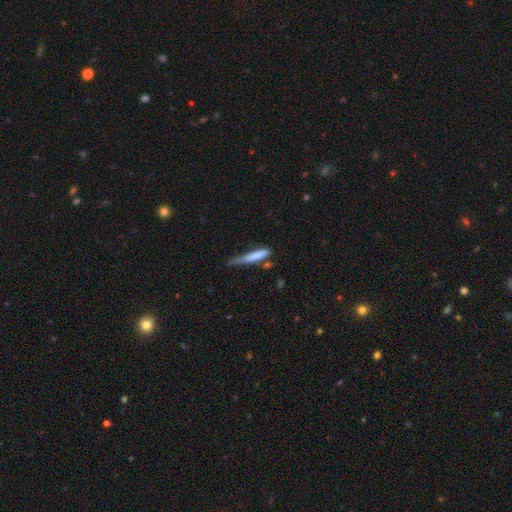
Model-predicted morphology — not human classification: A smooth galaxy with no disk features (76%) that is cigar-shaped (89%).

Vote fractions:
- Smooth or featured? smooth: 76% / featured or disk: 18% / star or artifact: 7%
- How rounded? cigar-shaped: 89% / in between: 10% / round: 2%
- Merging? minor disturbance: 39% (tied) / none: 39% (tied) / major disturbance: 15% / merger: 7%